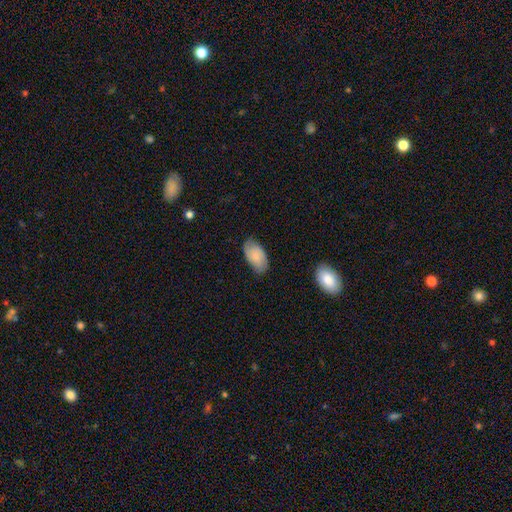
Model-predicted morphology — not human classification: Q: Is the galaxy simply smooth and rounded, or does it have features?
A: smooth — 64%.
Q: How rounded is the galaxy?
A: in between — 94%.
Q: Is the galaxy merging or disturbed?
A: none — 75%.